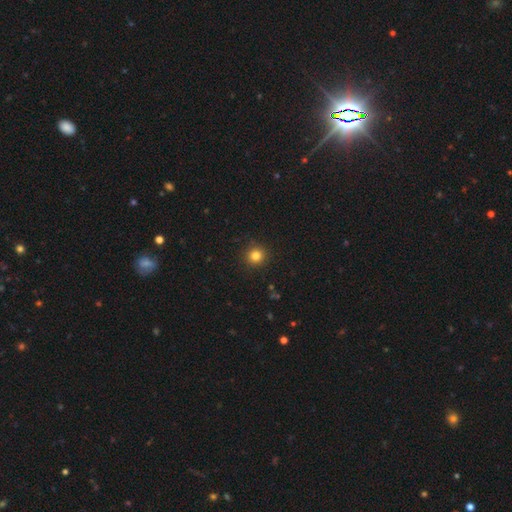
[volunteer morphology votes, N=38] smooth_or_featured: smooth (p=0.84) [alt: featured or disk p=0.08]
how_rounded: round (p=0.97) [alt: in between p=0.03]
merging: none (p=0.91) [alt: minor disturbance p=0.03]